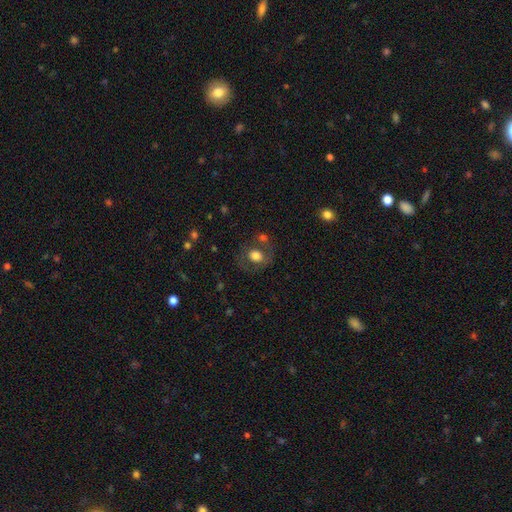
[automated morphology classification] smooth-or-featured: smooth: 65% | featured or disk: 26% | star or artifact: 9%
  how-rounded: round: 65% | in between: 34% | cigar-shaped: 1%
  merging: none: 66% | minor disturbance: 16% | major disturbance: 10% | merger: 9%